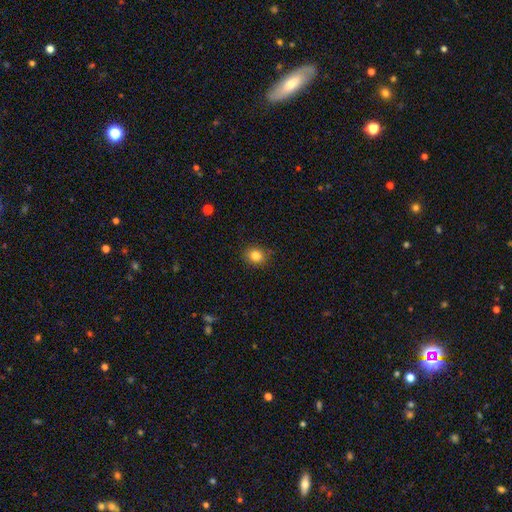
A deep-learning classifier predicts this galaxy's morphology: This appears to be a smooth galaxy with no disk features (83%) that is round (69%). Merging: none (87%).